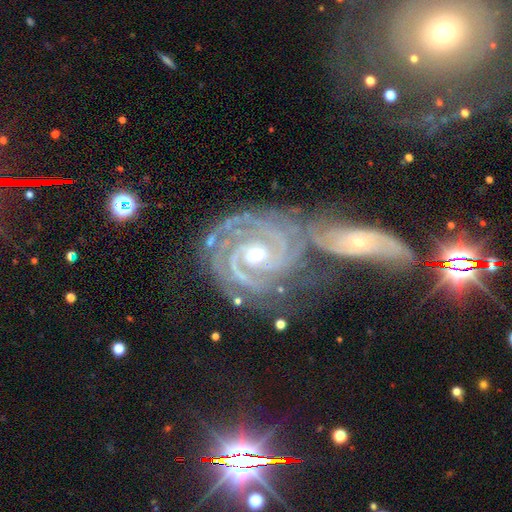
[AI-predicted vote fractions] Morphology: type=featured or disk (92%); edge-on=no (97%); bar=no (55%); spiral arms=yes (98%); winding=tight (80%); arm count=3 (34%); bulge=moderate (58%); merging=merger (44%).